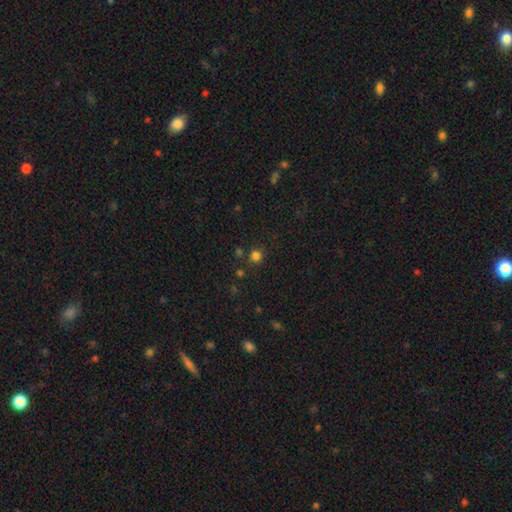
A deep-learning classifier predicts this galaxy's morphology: This appears to be a smooth galaxy with no disk features (77%) that is round (91%). Merging: none (81%).